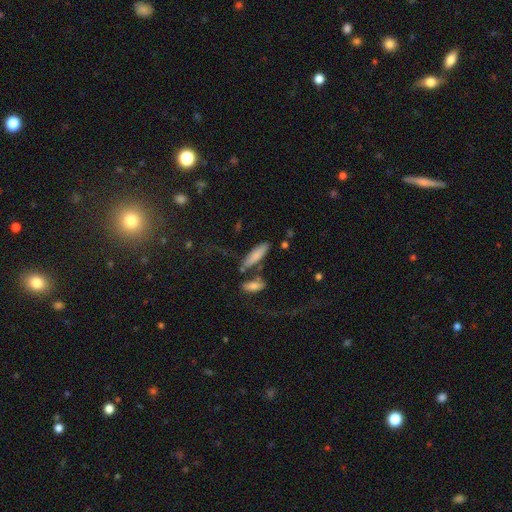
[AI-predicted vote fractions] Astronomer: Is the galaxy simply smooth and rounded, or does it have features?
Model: smooth — 79%.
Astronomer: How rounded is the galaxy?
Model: cigar-shaped — 59% (runner-up: in between, 39%).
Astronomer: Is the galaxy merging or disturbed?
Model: none — 68%.